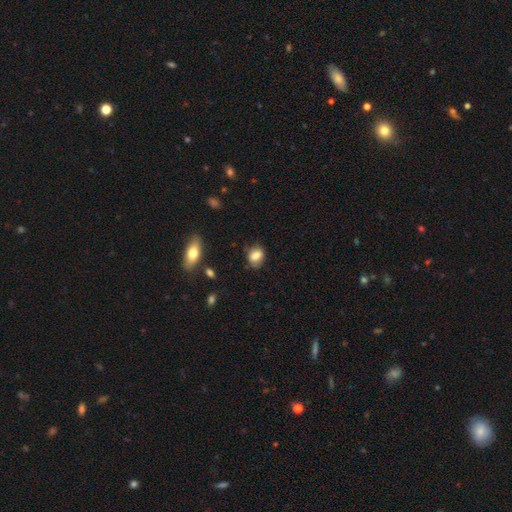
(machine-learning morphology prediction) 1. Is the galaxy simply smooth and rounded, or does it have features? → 82% smooth, 10% featured or disk, 8% star or artifact.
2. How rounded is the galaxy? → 66% in between, 32% round, 2% cigar-shaped.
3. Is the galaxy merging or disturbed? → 70% none, 23% minor disturbance, 5% major disturbance, 2% merger.